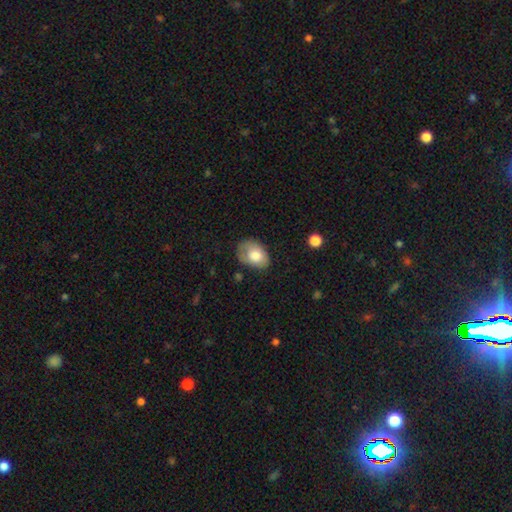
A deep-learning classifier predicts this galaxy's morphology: Smooth or featured?
  - smooth: 75% *
  - featured or disk: 19%
  - star or artifact: 7%
How rounded?
  - in between: 80% *
  - round: 19%
  - cigar-shaped: 1%
Merging?
  - none: 60% *
  - minor disturbance: 28%
  - major disturbance: 10%
  - merger: 2%